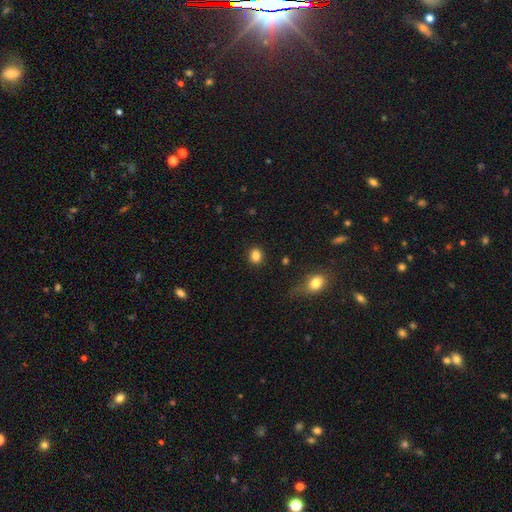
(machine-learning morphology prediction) Q: Smooth or featured?
A: smooth (85%); runner-up: star or artifact (11%)
Q: How rounded?
A: round (71%); runner-up: in between (27%)
Q: Merging?
A: none (90%); runner-up: minor disturbance (7%)